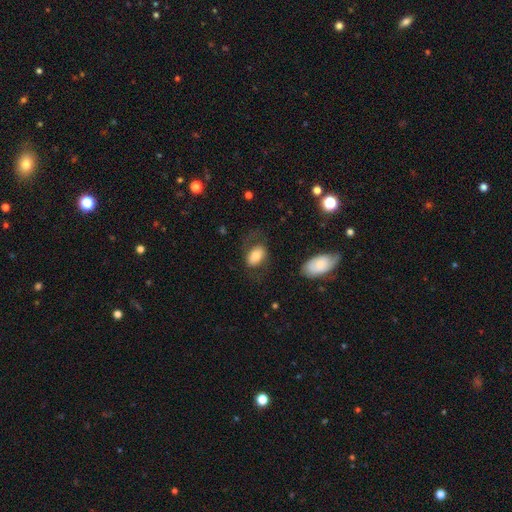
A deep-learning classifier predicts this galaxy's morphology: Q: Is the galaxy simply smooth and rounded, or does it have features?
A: smooth — 67%.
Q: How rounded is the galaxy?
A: in between — 88%.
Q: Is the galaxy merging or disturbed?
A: none — 55%.